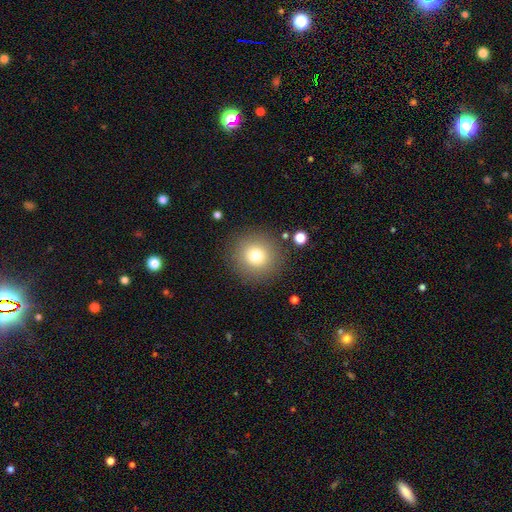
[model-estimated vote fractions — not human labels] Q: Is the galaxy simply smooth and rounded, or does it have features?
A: smooth — 77%.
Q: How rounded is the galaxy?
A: round — 95%.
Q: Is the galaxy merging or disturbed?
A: none — 88%.